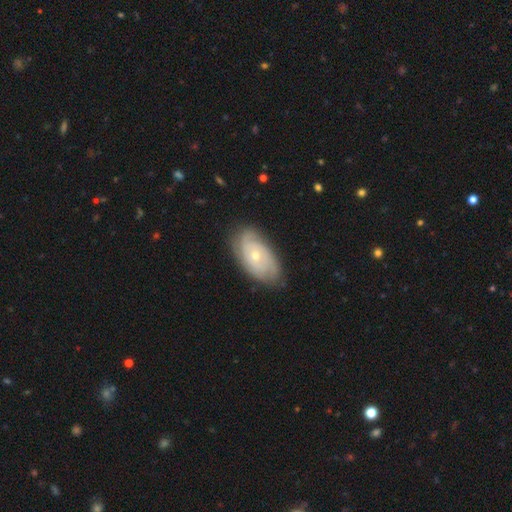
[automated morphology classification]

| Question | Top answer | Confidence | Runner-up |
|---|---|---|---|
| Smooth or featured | featured or disk | 67% | smooth (27%) |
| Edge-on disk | no | 93% | yes (7%) |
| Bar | no | 81% | weak (16%) |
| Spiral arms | yes | 83% | no (17%) |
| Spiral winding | tight | 67% | medium (24%) |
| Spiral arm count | can't tell | 47% | 2 (27%) |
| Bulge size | small | 56% | moderate (41%) |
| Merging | none | 75% | minor disturbance (19%) |